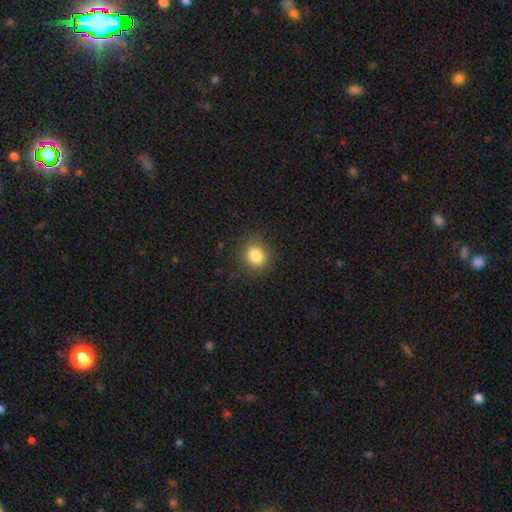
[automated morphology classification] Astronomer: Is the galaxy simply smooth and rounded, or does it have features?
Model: smooth — 83%.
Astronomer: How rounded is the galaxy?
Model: round — 78%.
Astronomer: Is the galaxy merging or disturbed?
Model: none — 88%.